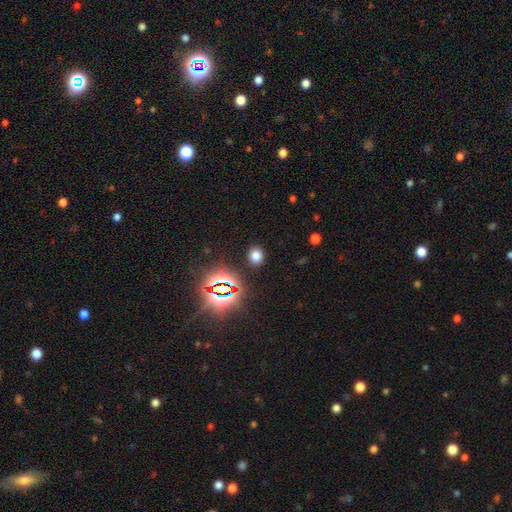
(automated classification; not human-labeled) Overall: smooth (70%). How rounded: round (64%; in between 35%). Merging: none (88%).